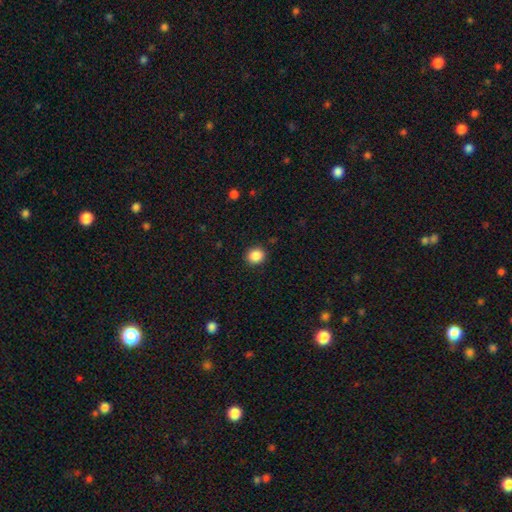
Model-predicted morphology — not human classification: Smooth or featured: smooth — 87% (star or artifact — 10%)
How rounded: round — 81% (in between — 18%)
Merging: none — 90% (minor disturbance — 6%)